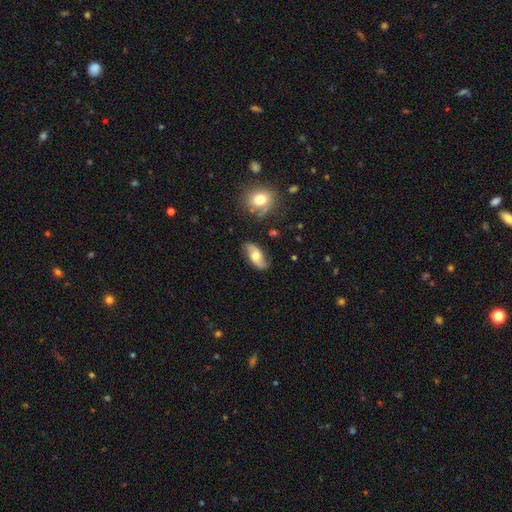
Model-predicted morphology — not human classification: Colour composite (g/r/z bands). It shows a featured or disk galaxy (64%) with no bar (66%), 2 (90%) loose (62%) spiral arms (88%) and a moderate central bulge (70%). Merging: none (78%).